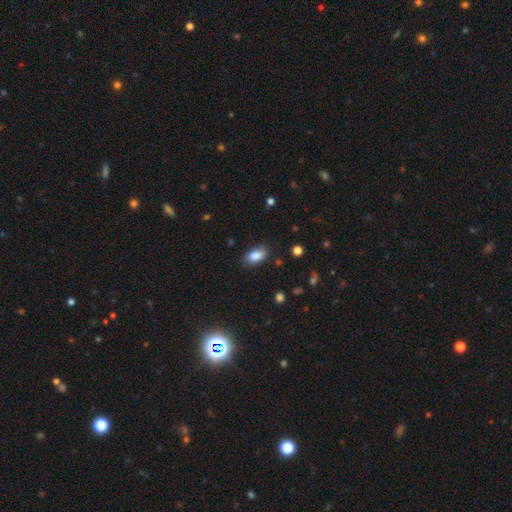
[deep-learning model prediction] This appears to be a smooth galaxy with no disk features (86%) that is in between round and cigar-shaped (90%). Merging: none (82%).